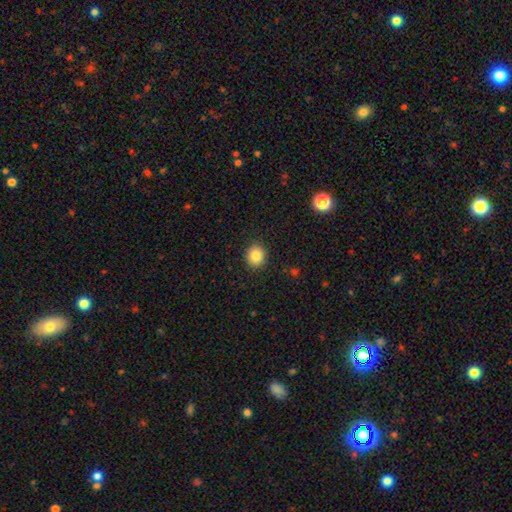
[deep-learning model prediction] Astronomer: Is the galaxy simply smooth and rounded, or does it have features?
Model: smooth — 84%.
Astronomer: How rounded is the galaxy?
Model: round — 80%.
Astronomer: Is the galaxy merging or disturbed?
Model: none — 91%.